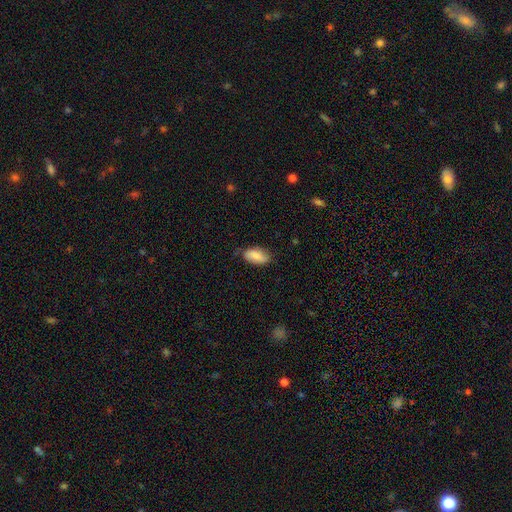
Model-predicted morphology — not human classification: smooth 80%, featured or disk 14%, star or artifact 7%. Down the decision tree: how rounded — in between (91%); merging — none (71%).